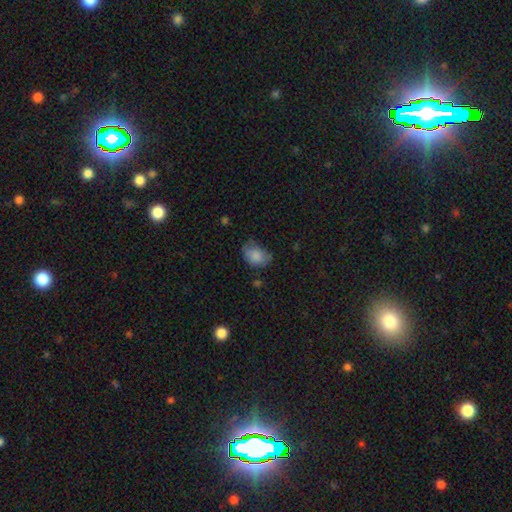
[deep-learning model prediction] This appears to be a smooth galaxy with no disk features (81%) that is in between round and cigar-shaped (72%). Merging: none (54%).